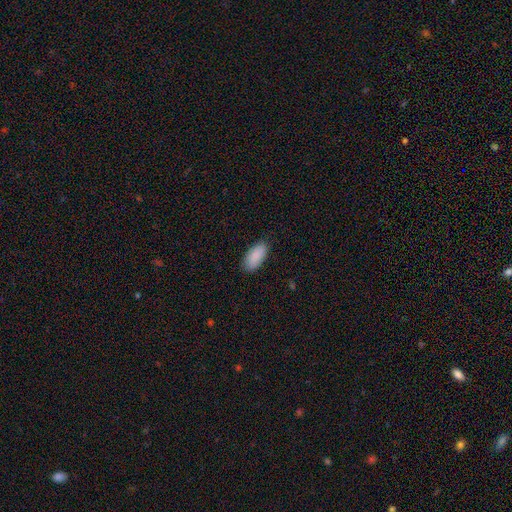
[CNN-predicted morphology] A smooth galaxy with no disk features (90%) that is in between round and cigar-shaped (91%).

Vote fractions:
- Smooth or featured? smooth: 90% / star or artifact: 6% / featured or disk: 4%
- How rounded? in between: 91% / cigar-shaped: 7% / round: 2%
- Merging? none: 85% / minor disturbance: 12% / major disturbance: 2% / merger: 1%